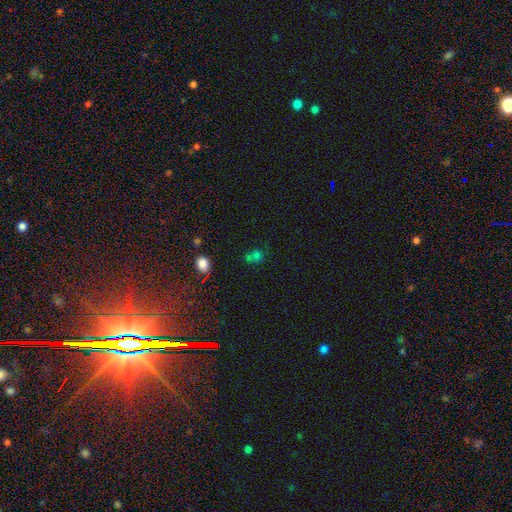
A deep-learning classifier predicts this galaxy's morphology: smooth_or_featured: smooth (p=0.64) [alt: star or artifact p=0.26]
how_rounded: round (p=0.78) [alt: in between p=0.21]
merging: none (p=0.50) [alt: merger p=0.33]